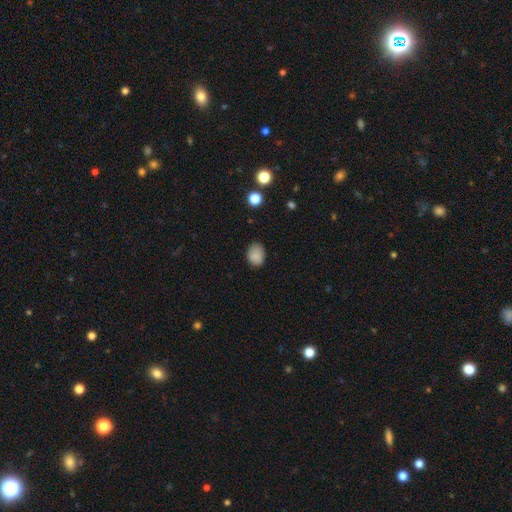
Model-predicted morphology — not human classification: Overall: smooth (85%). How rounded: in between (61%; round 38%). Merging: none (77%).